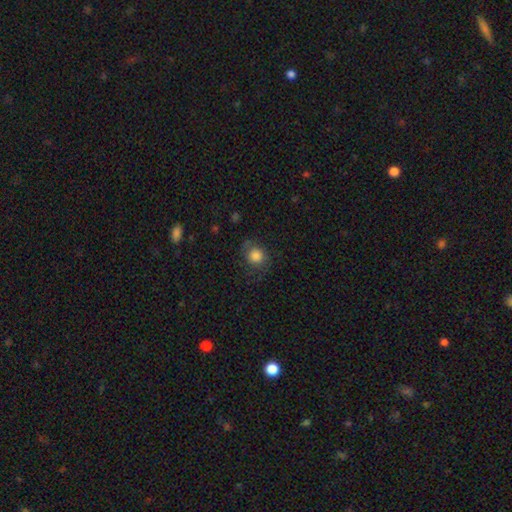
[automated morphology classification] type=smooth (78%); roundness=round (84%); merging=none (68%).